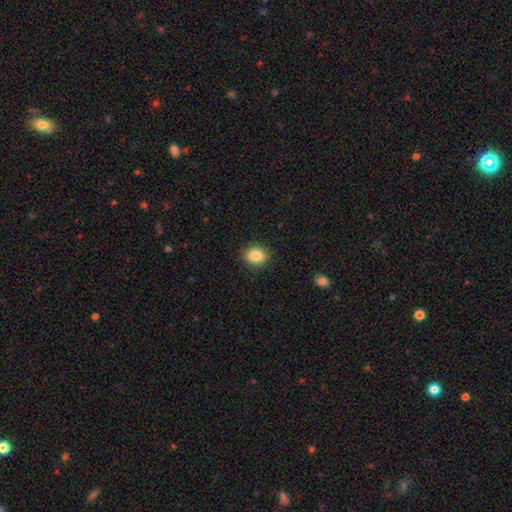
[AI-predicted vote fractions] This is clearly a smooth galaxy (86%). How rounded: possibly round (58%). Merging: clearly none (90%).